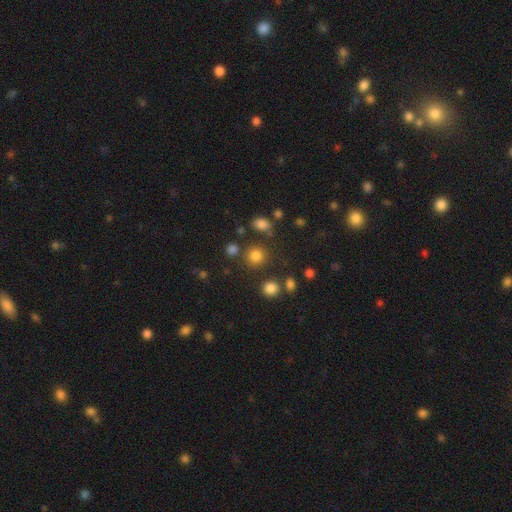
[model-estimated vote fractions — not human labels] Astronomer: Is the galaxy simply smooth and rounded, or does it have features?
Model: smooth — 80%.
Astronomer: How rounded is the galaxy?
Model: round — 89%.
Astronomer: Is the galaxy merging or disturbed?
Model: none — 81%.